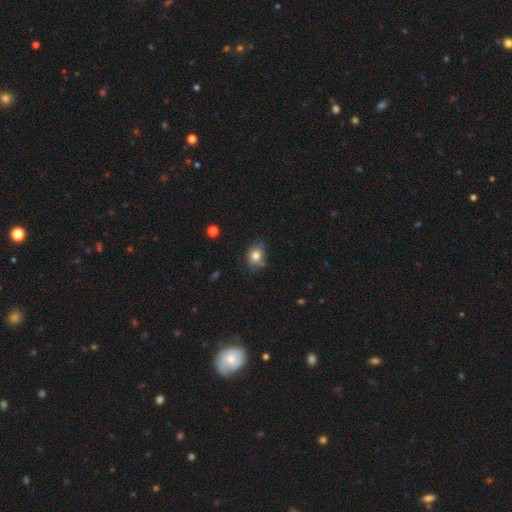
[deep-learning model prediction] smooth_or_featured: smooth (p=0.78) [alt: featured or disk p=0.13]
how_rounded: in between (p=0.67) [alt: round p=0.32]
merging: none (p=0.65) [alt: minor disturbance p=0.26]